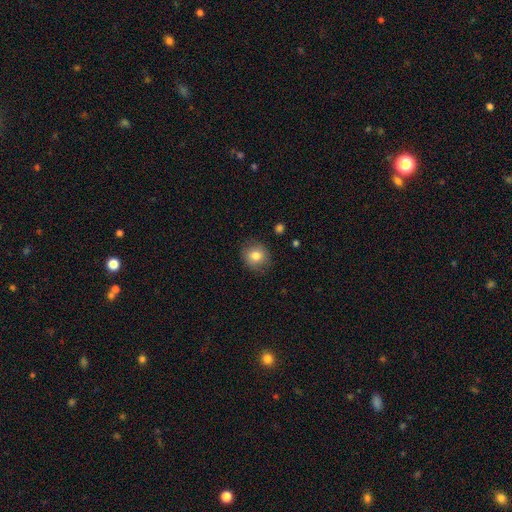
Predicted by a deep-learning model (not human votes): Overall: smooth (80%). How rounded: round (83%). Merging: none (86%).